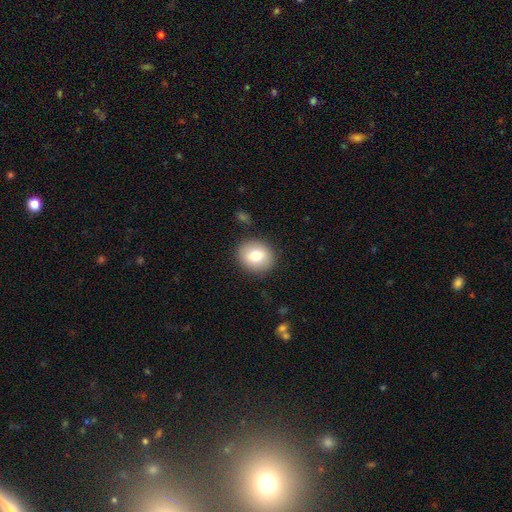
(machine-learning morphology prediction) This appears to be a smooth galaxy with no disk features (79%) that is round (72%). Merging: none (88%).